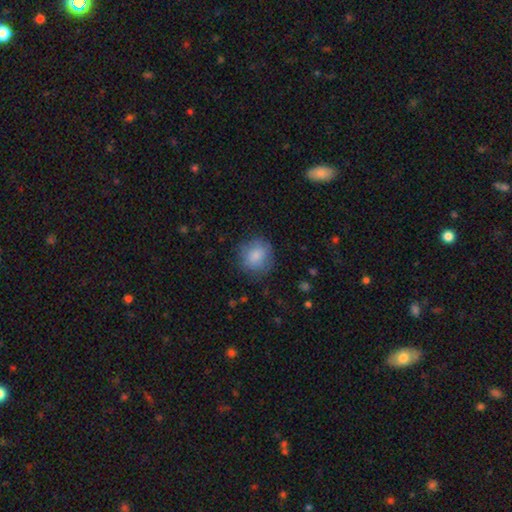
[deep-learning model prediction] A smooth galaxy with no disk features (82%) that is round (86%).

Vote fractions:
- Smooth or featured? smooth: 82% / featured or disk: 10% / star or artifact: 8%
- How rounded? round: 86% / in between: 13% / cigar-shaped: 1%
- Merging? none: 77% / minor disturbance: 16% / major disturbance: 6% / merger: 1%